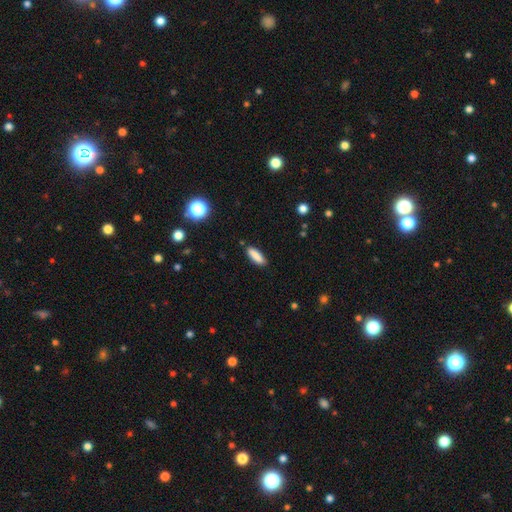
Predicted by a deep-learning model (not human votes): Smooth or featured: smooth — 87% (star or artifact — 7%)
How rounded: in between — 50% (cigar-shaped — 49%)
Merging: none — 87% (minor disturbance — 10%)